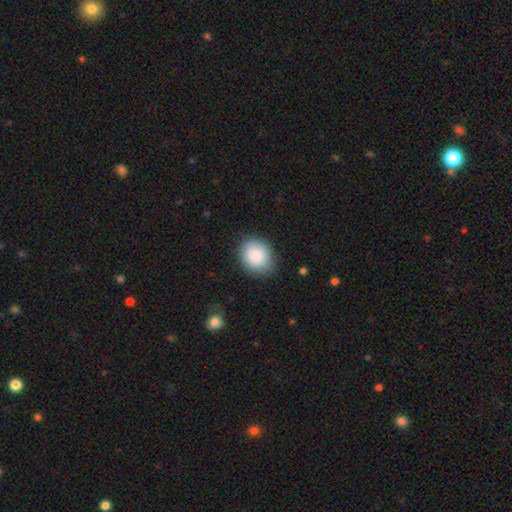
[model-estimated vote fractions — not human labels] The model was most divided on "how rounded": round: 61%, in between: 38%, cigar-shaped: 1%. More confident: smooth or featured — smooth (88%); merging — none (81%).